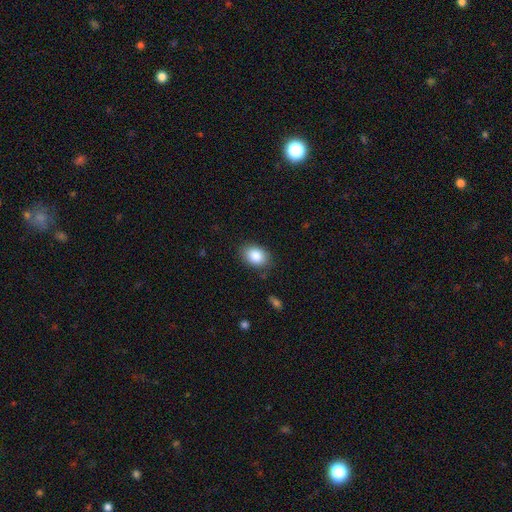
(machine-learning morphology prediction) smooth_or_featured: smooth (p=0.86) [alt: star or artifact p=0.08]
how_rounded: in between (p=0.74) [alt: round p=0.25]
merging: none (p=0.84) [alt: minor disturbance p=0.12]